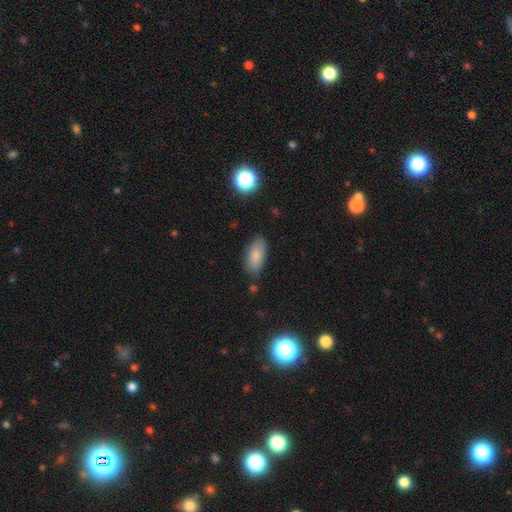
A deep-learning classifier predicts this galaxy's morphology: Smooth or featured? Predicted: smooth (p=0.83). How rounded? Predicted: in between (p=0.89). Merging? Predicted: none (p=0.76).